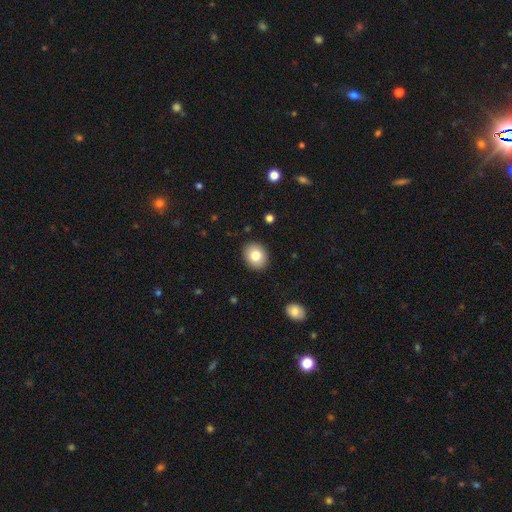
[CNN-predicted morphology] Smooth or featured? Predicted: smooth (p=0.81). How rounded? Predicted: round (p=0.54). Merging? Predicted: none (p=0.89).